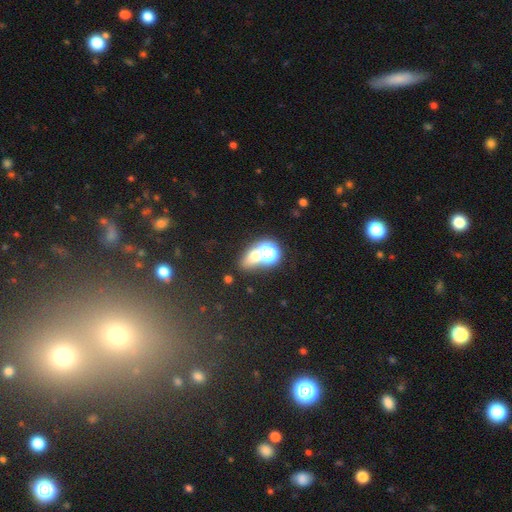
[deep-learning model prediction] Smooth or featured: smooth — 53% (star or artifact — 33%)
How rounded: round — 50% (in between — 46%)
Merging: none — 47% (merger — 35%)